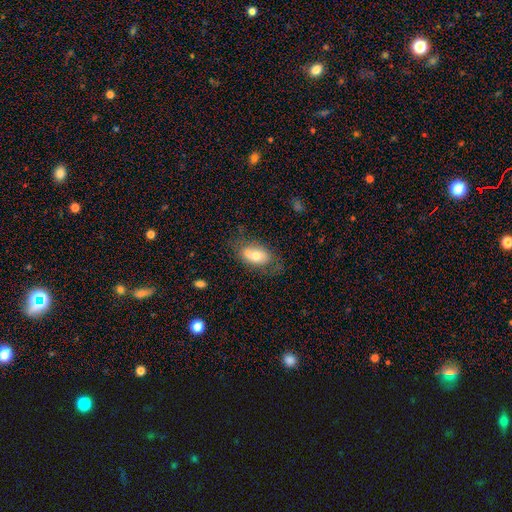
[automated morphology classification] A smooth galaxy with no disk features (60%) that is in between round and cigar-shaped (87%).

Vote fractions:
- Smooth or featured? smooth: 60% / featured or disk: 32% / star or artifact: 8%
- How rounded? in between: 87% / round: 10% / cigar-shaped: 3%
- Merging? none: 49% / merger: 22% / minor disturbance: 21% / major disturbance: 9%